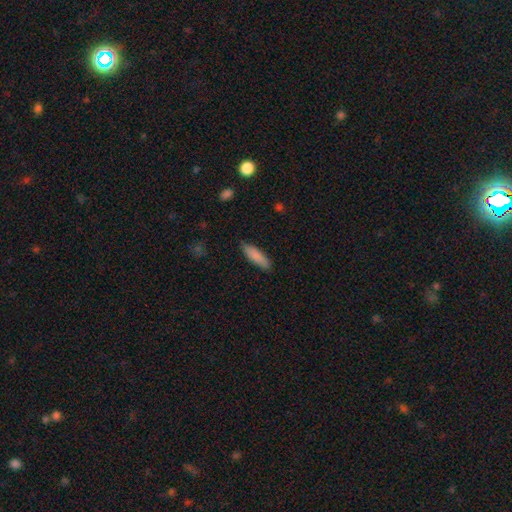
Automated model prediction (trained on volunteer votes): This appears to be a smooth galaxy with no disk features (86%) that is cigar-shaped (60%). Merging: none (83%).